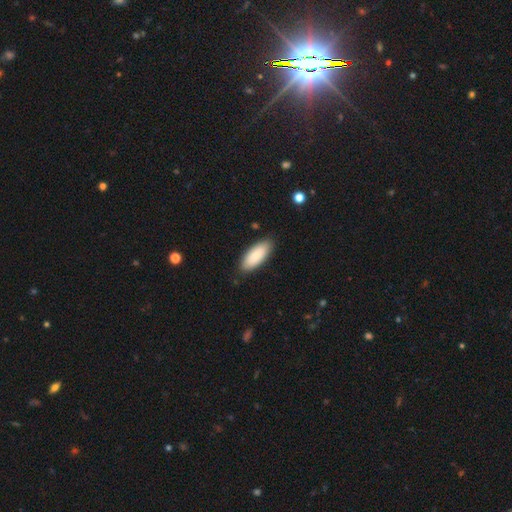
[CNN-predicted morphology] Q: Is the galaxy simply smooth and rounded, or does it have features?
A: smooth — 85%.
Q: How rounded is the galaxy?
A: in between — 82%.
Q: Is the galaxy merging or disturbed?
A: none — 87%.